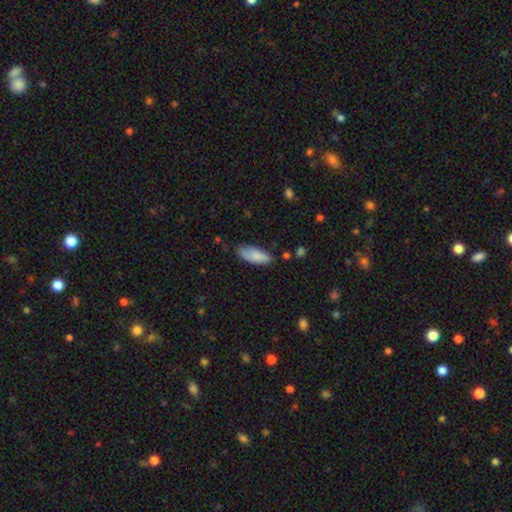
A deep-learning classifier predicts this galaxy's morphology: Smooth or featured? Predicted: smooth (p=0.85). How rounded? Predicted: in between (p=0.76). Merging? Predicted: none (p=0.69).